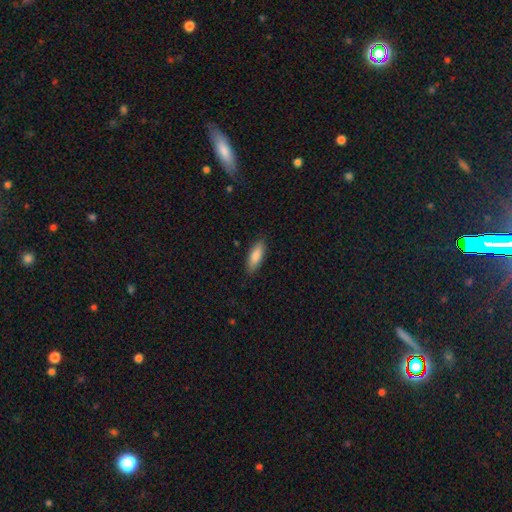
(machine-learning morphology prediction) Smooth or featured?
  - smooth: 85% *
  - featured or disk: 9%
  - star or artifact: 6%
How rounded?
  - in between: 59% *
  - cigar-shaped: 39%
  - round: 2%
Merging?
  - none: 87% *
  - minor disturbance: 10%
  - major disturbance: 2%
  - merger: 1%